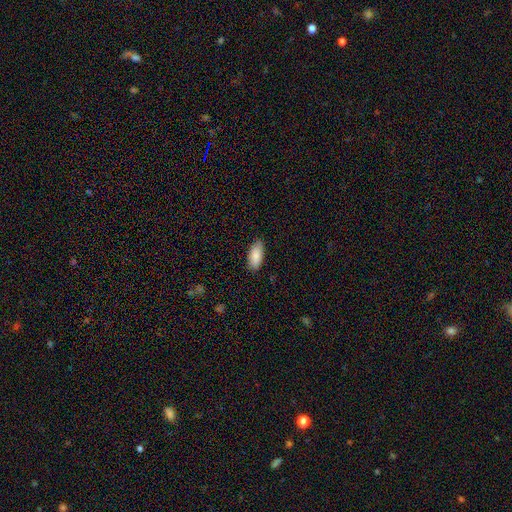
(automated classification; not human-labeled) Morphology: type=smooth (87%); roundness=in between (89%); merging=none (88%).